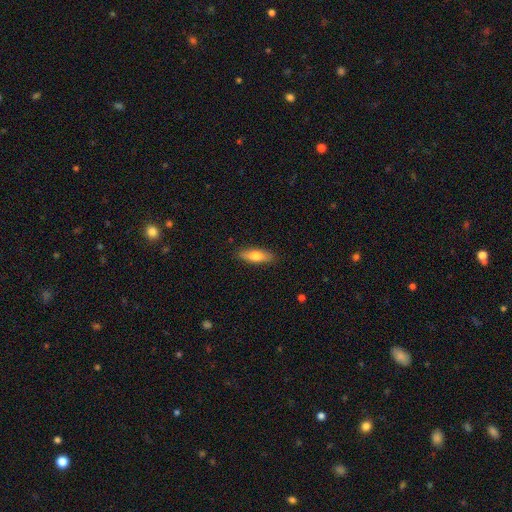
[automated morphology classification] This appears to be a smooth galaxy with no disk features (70%) that is in between round and cigar-shaped (55%). Merging: none (87%).